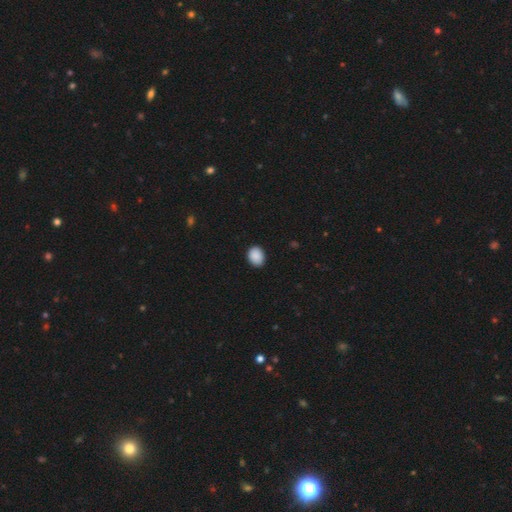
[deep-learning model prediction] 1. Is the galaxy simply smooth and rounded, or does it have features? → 90% smooth, 8% star or artifact, 3% featured or disk.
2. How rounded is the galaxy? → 56% in between, 43% round, 1% cigar-shaped.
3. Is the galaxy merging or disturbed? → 88% none, 9% minor disturbance, 2% major disturbance, 1% merger.